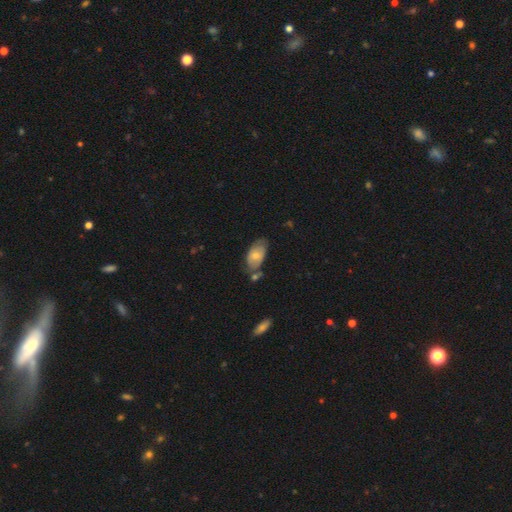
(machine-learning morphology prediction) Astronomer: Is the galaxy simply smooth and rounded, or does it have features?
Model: smooth — 61%.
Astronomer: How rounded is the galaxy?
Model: in between — 92%.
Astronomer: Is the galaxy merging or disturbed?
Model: none — 51% (runner-up: minor disturbance, 26%).